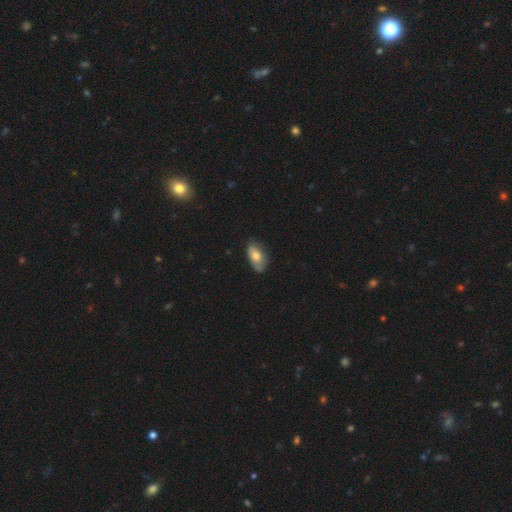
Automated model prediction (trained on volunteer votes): A smooth galaxy with no disk features (69%) that is in between round and cigar-shaped (92%). Merging: none (61%).